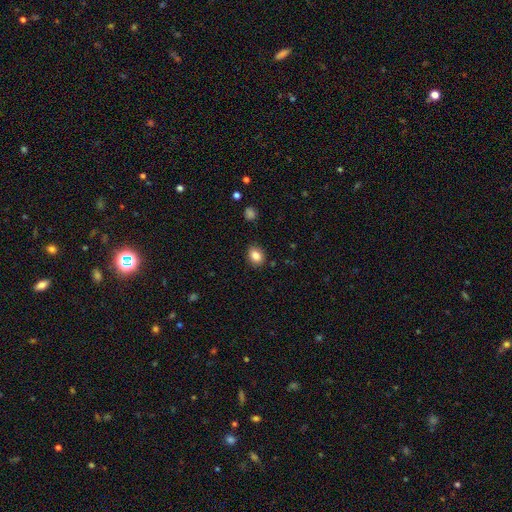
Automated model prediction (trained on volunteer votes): Overall: smooth (85%). How rounded: in between (59%; round 40%). Merging: none (86%).